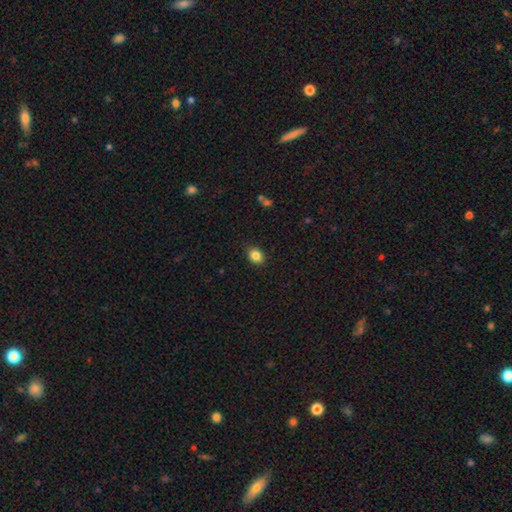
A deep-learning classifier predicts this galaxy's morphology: Smooth or featured?
  - smooth: 85% *
  - star or artifact: 10%
  - featured or disk: 5%
How rounded?
  - in between: 53% *
  - round: 46%
  - cigar-shaped: 1%
Merging?
  - none: 87% *
  - minor disturbance: 10%
  - major disturbance: 2%
  - merger: 1%